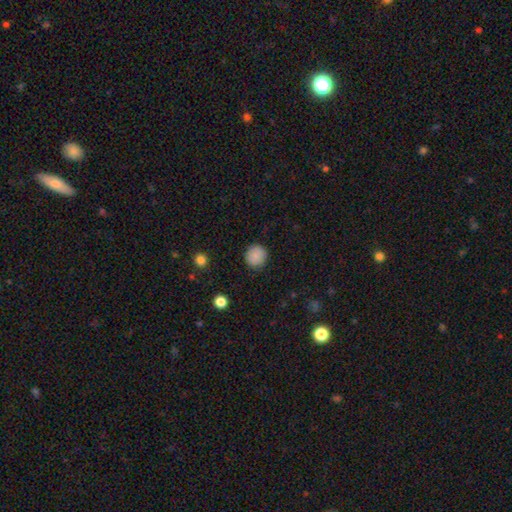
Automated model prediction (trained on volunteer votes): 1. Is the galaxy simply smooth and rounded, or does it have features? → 87% smooth, 9% star or artifact, 4% featured or disk.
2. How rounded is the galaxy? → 93% round, 6% in between, 1% cigar-shaped.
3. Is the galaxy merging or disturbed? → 90% none, 7% minor disturbance, 2% major disturbance, 1% merger.